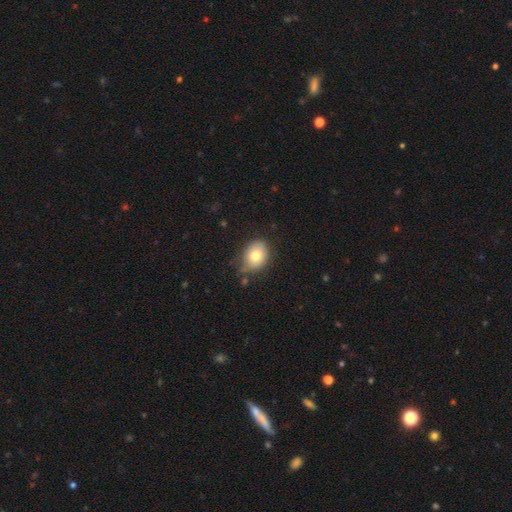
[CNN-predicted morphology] smooth 78%, featured or disk 13%, star or artifact 9%. Down the decision tree: how rounded — in between (59%); merging — none (67%).